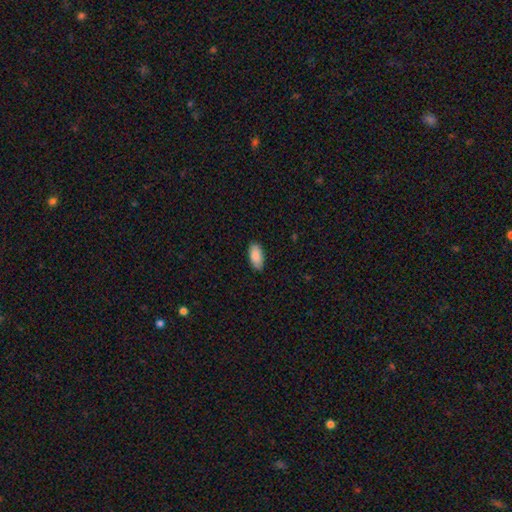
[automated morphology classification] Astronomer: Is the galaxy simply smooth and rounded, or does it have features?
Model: smooth — 88%.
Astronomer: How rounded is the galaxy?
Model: in between — 93%.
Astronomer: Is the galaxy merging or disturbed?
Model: none — 86%.